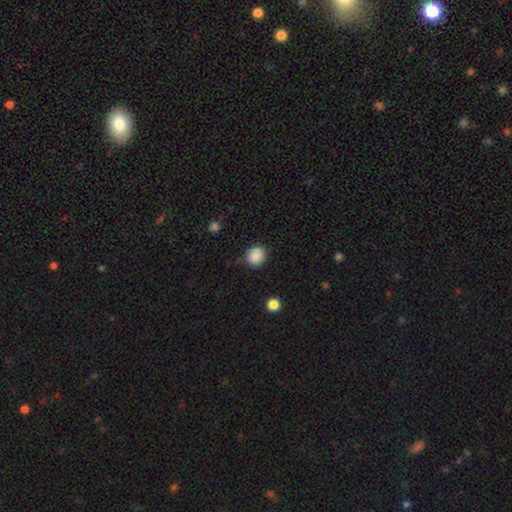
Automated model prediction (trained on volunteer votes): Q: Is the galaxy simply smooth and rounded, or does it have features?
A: smooth — 88%.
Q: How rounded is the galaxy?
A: round — 85%.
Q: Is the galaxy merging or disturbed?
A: none — 85%.